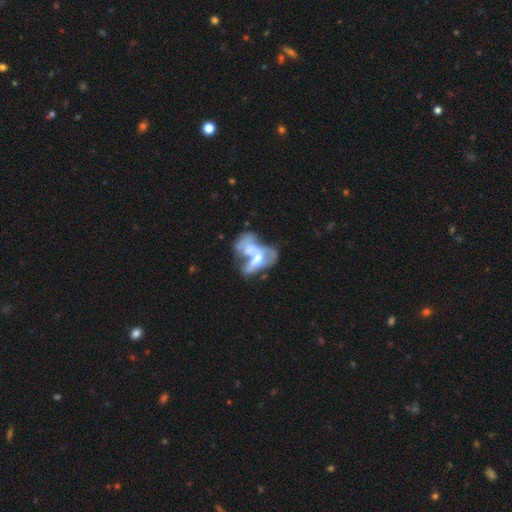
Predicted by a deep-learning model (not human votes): Smooth or featured? Predicted: featured or disk (p=0.58). Edge-on disk? Predicted: no (p=0.94). Bar? Predicted: no (p=0.72). Spiral arms? Predicted: no (p=0.71). Bulge size? Predicted: moderate (p=0.49). Merging? Predicted: merger (p=0.65).